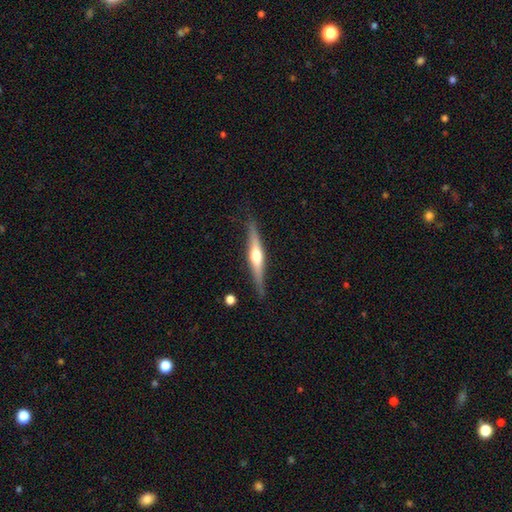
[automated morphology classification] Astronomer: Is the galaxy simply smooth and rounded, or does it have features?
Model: featured or disk — 69%.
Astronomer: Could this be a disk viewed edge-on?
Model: yes — 97%.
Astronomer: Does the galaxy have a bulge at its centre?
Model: rounded — 91%.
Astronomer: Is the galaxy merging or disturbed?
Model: none — 85%.